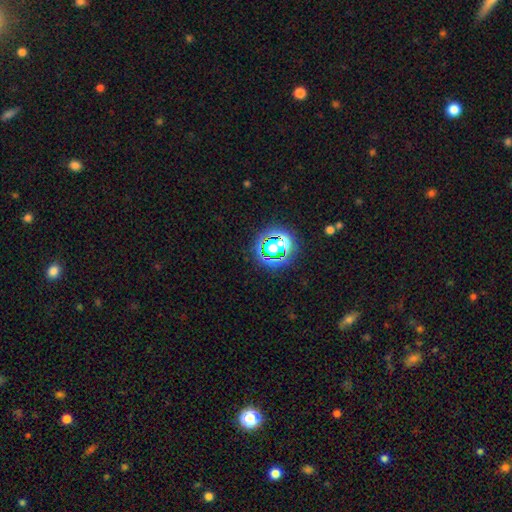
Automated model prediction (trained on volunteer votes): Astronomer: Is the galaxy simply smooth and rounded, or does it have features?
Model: star or artifact — 72%.